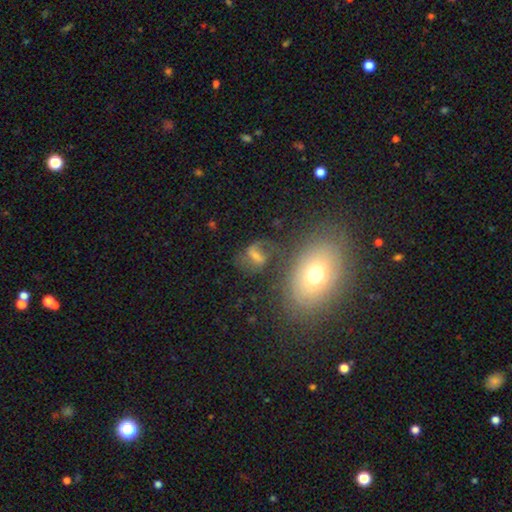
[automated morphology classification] Smooth or featured?
  - featured or disk: 51% *
  - smooth: 33%
  - star or artifact: 16%
Edge-on disk?
  - no: 95% *
  - yes: 5%
Merging?
  - none: 56% *
  - minor disturbance: 18%
  - major disturbance: 14%
  - merger: 13%